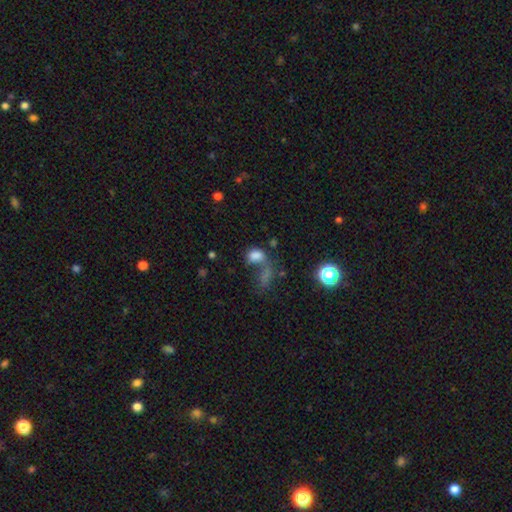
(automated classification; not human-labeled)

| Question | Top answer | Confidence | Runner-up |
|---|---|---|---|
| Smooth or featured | smooth | 73% | star or artifact (15%) |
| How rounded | in between | 76% | round (21%) |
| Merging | merger | 37% | none (26%) |